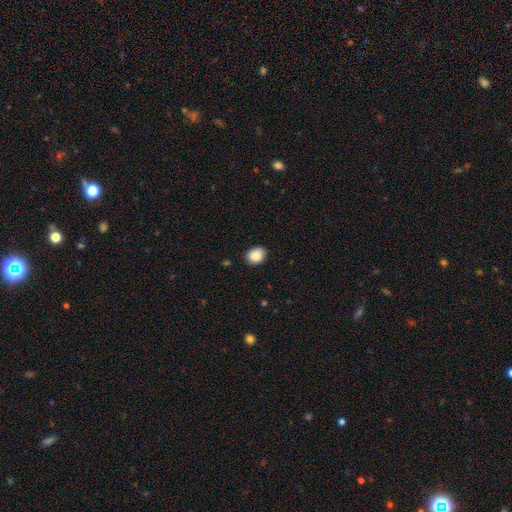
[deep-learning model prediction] The model was most divided on "how rounded": round: 55%, in between: 44%, cigar-shaped: 1%. More confident: smooth or featured — smooth (88%); merging — none (82%).